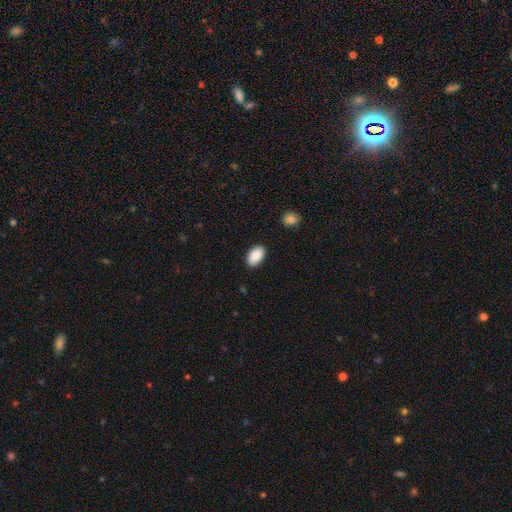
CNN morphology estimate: Smooth or featured: smooth — 90% (star or artifact — 6%)
How rounded: in between — 94% (round — 5%)
Merging: none — 88% (minor disturbance — 9%)